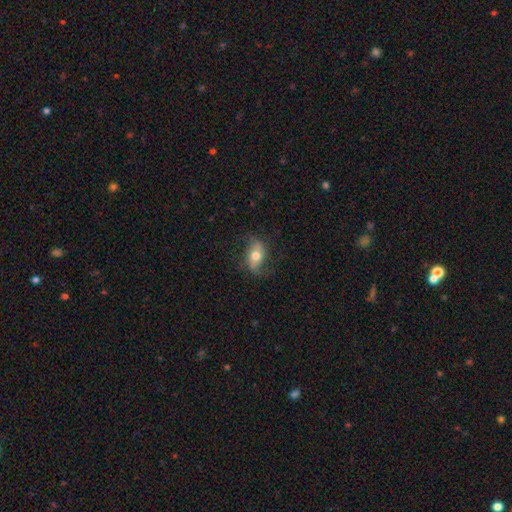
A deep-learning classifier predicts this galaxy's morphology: Smooth or featured? smooth (47%)
Merging? none (71%)